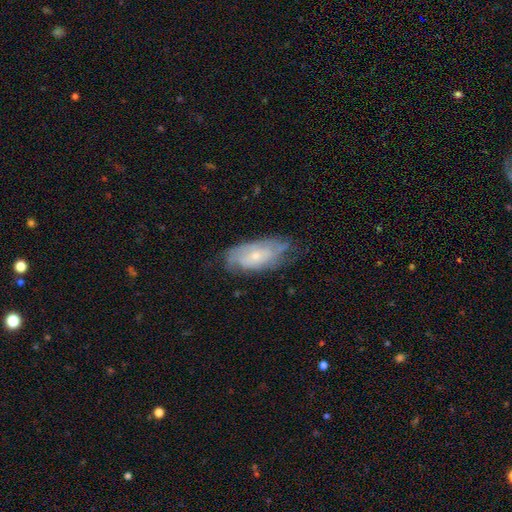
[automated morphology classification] smooth_or_featured: featured or disk (p=0.57) [alt: smooth p=0.36]
disk_edge_on: no (p=0.90) [alt: yes p=0.10]
bar: no (p=0.76) [alt: weak p=0.20]
has_spiral_arms: yes (p=0.75) [alt: no p=0.25]
bulge_size: small (p=0.63) [alt: moderate p=0.32]
merging: none (p=0.61) [alt: minor disturbance p=0.29]